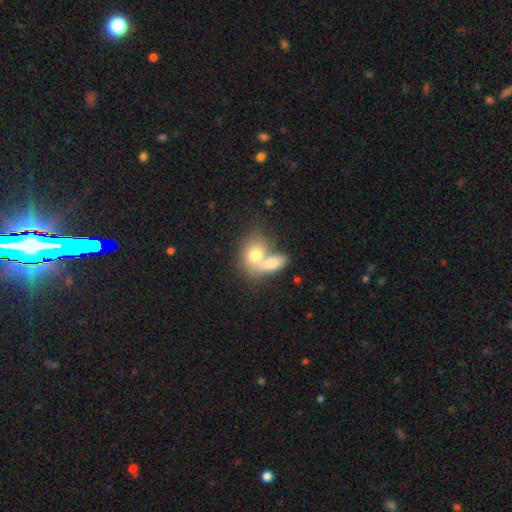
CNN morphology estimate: This is likely a smooth galaxy (73%). How rounded: likely in between (69%). Merging: likely merger (68%).